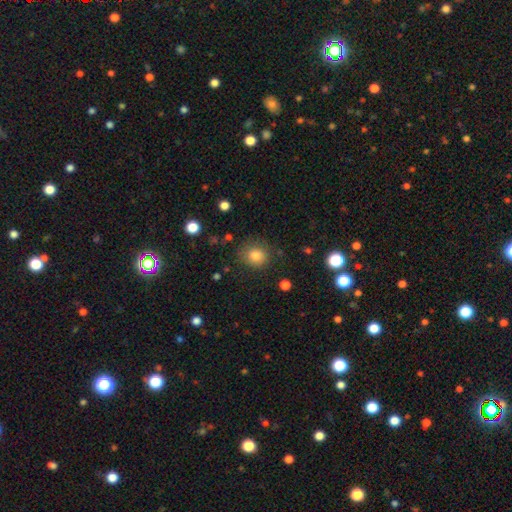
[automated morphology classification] Overall: smooth (82%). How rounded: round (79%). Merging: none (79%).